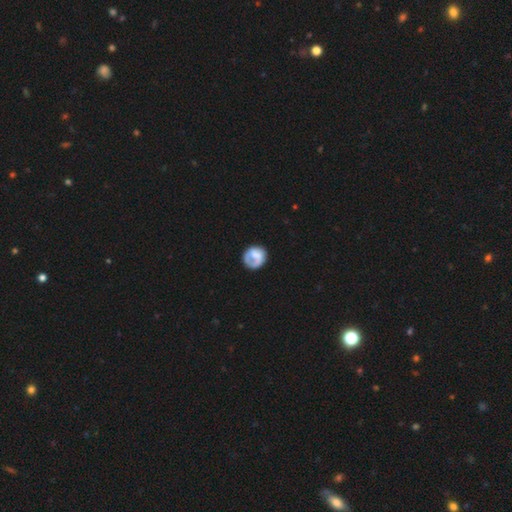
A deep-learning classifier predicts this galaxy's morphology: Smooth or featured? Predicted: smooth (p=0.59). How rounded? Predicted: round (p=0.81). Merging? Predicted: none (p=0.56).